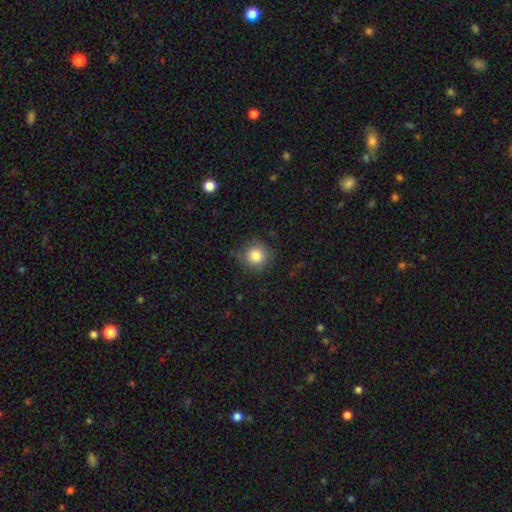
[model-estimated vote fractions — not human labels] Overall: smooth (82%). How rounded: round (93%). Merging: none (78%).